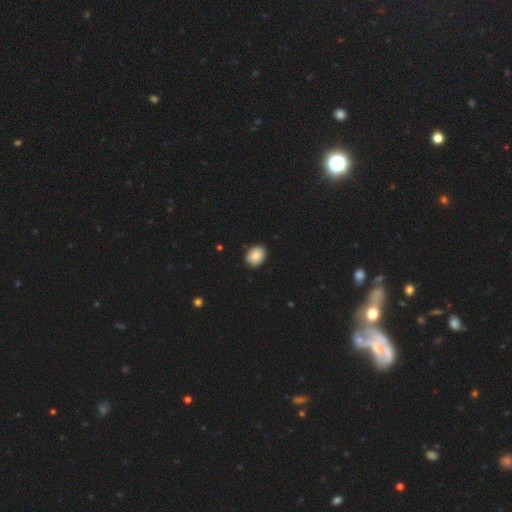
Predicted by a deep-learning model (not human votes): This appears to be a smooth galaxy with no disk features (88%) that is in between round and cigar-shaped (66%). Merging: none (87%).